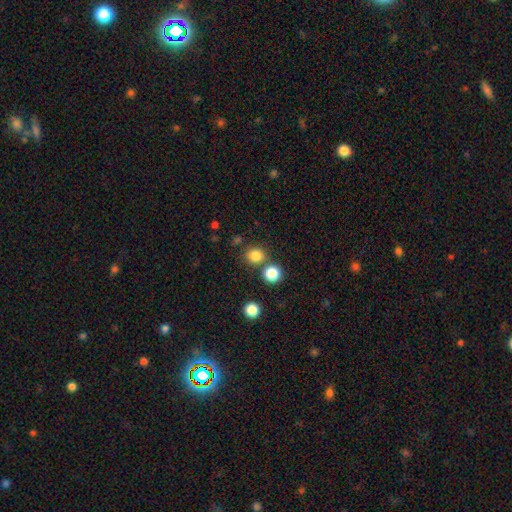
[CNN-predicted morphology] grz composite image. It shows a smooth galaxy with no disk features (81%) that is round (83%). Merging: none (75%).